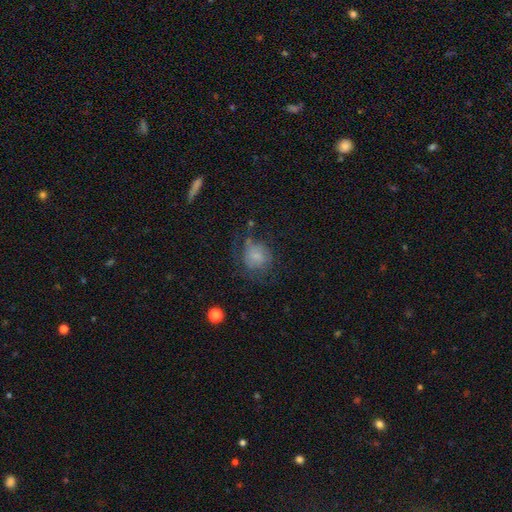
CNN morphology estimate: Smooth or featured? Predicted: smooth (p=0.60). How rounded? Predicted: round (p=0.74). Merging? Predicted: none (p=0.44).